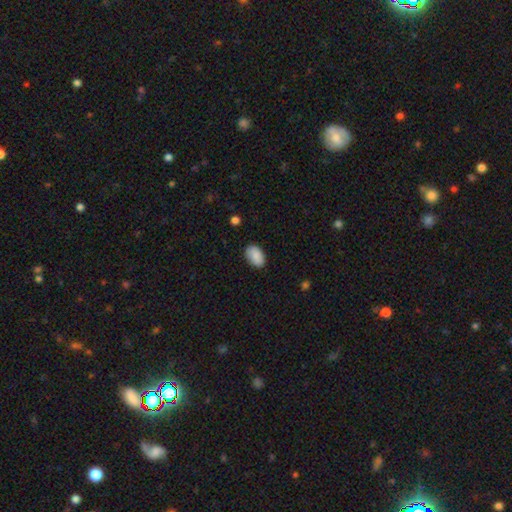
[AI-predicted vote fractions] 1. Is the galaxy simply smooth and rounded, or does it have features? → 88% smooth, 7% star or artifact, 5% featured or disk.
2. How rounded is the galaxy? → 92% in between, 7% round, 1% cigar-shaped.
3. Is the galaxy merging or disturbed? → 83% none, 13% minor disturbance, 2% major disturbance, 1% merger.